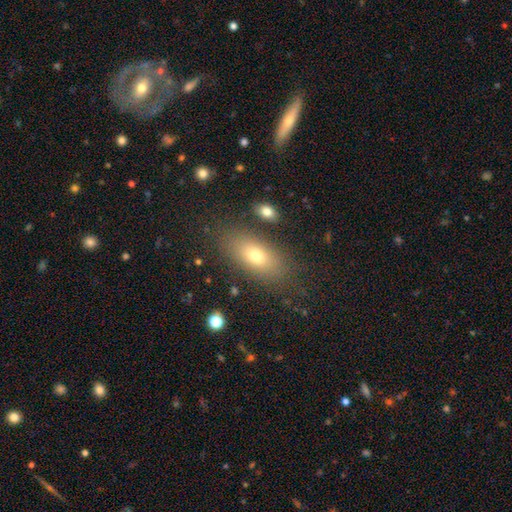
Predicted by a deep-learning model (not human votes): smooth_or_featured: smooth (p=0.71) [alt: featured or disk p=0.16]
how_rounded: in between (p=0.81) [alt: cigar-shaped p=0.12]
merging: none (p=0.82) [alt: minor disturbance p=0.11]